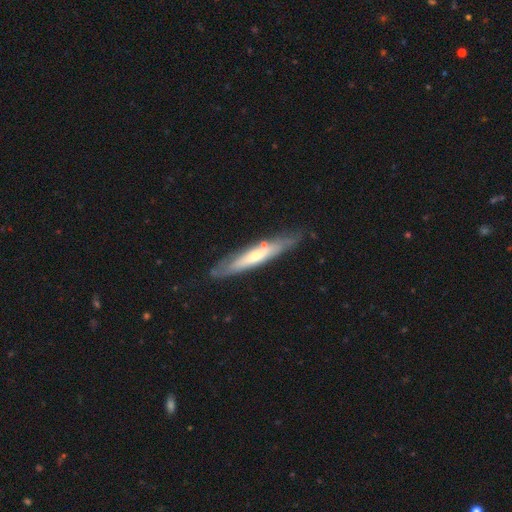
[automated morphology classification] Q: Smooth or featured?
A: featured or disk (63%); runner-up: smooth (31%)
Q: Edge-on disk?
A: yes (79%); runner-up: no (21%)
Q: Merging?
A: none (79%); runner-up: minor disturbance (16%)